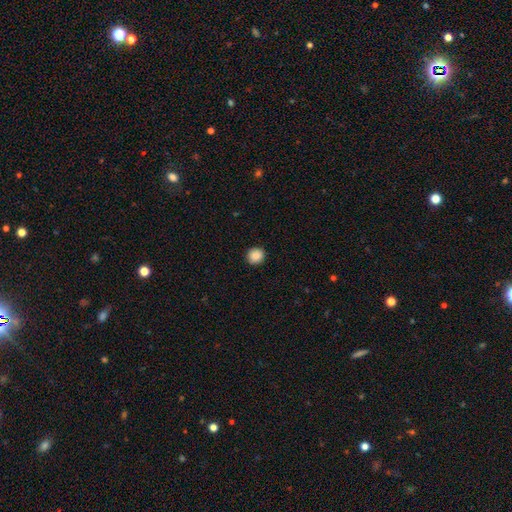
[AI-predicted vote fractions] A smooth galaxy with no disk features (88%) that is round (91%).

Vote fractions:
- Smooth or featured? smooth: 88% / star or artifact: 9% / featured or disk: 3%
- How rounded? round: 91% / in between: 8% / cigar-shaped: 1%
- Merging? none: 92% / minor disturbance: 5% / major disturbance: 2% / merger: 1%